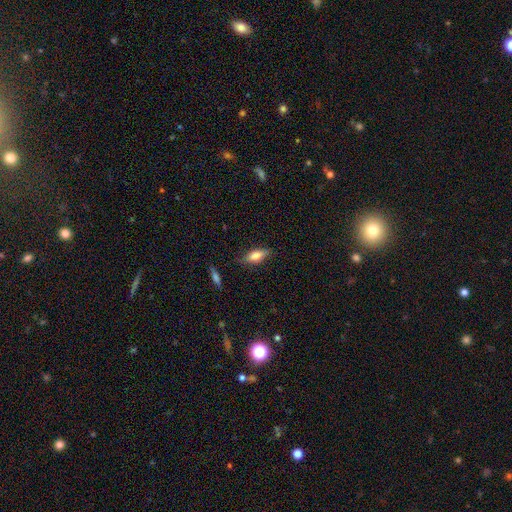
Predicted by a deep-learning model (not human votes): A smooth galaxy with no disk features (68%) that is in between round and cigar-shaped (71%).

Vote fractions:
- Smooth or featured? smooth: 68% / featured or disk: 24% / star or artifact: 8%
- How rounded? in between: 71% / cigar-shaped: 26% / round: 3%
- Merging? none: 75% / minor disturbance: 19% / major disturbance: 4% / merger: 2%